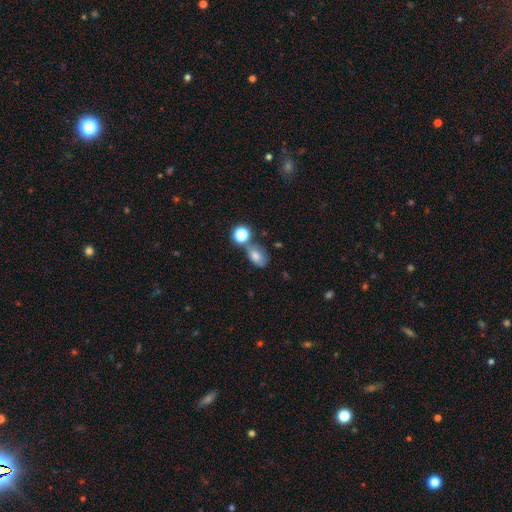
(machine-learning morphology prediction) Smooth or featured? smooth (72%)
How rounded? in between (76%)
Merging? none (45%)